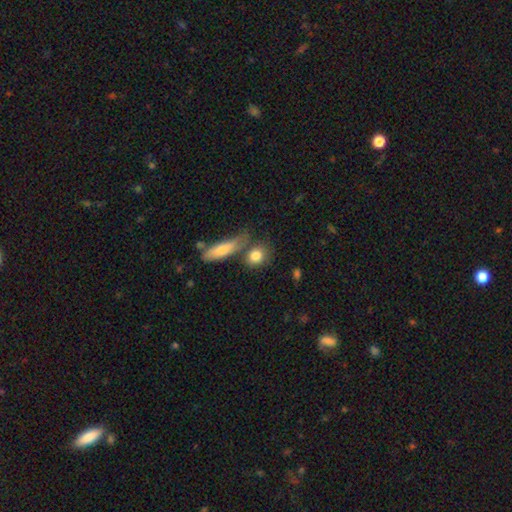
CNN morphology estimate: A smooth galaxy with no disk features (82%) that is round (56%). Merging: none (60%).